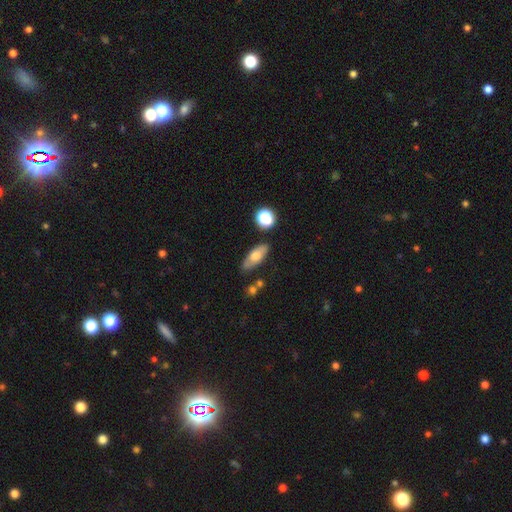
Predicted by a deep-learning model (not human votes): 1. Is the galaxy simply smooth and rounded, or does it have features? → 64% smooth, 28% featured or disk, 8% star or artifact.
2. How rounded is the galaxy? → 71% in between, 24% cigar-shaped, 5% round.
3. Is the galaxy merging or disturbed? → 77% none, 14% minor disturbance, 5% merger, 3% major disturbance.